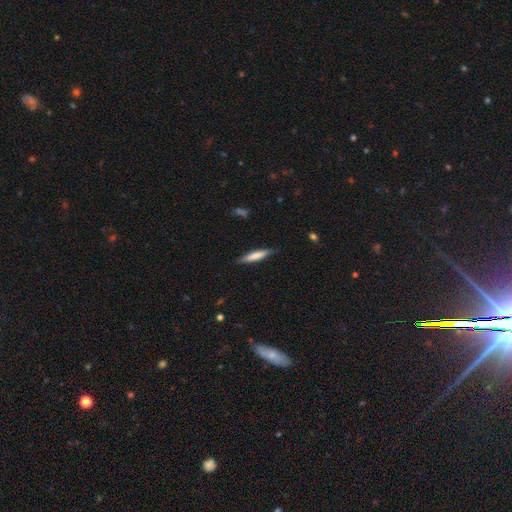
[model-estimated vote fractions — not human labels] Overall: smooth (73%). How rounded: cigar-shaped (86%). Merging: none (84%).